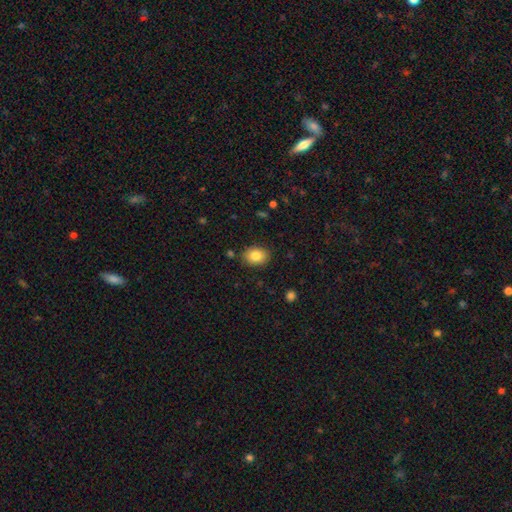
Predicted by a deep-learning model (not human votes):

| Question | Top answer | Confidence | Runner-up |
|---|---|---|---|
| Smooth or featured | smooth | 85% | star or artifact (8%) |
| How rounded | in between | 72% | round (27%) |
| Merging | none | 85% | minor disturbance (10%) |